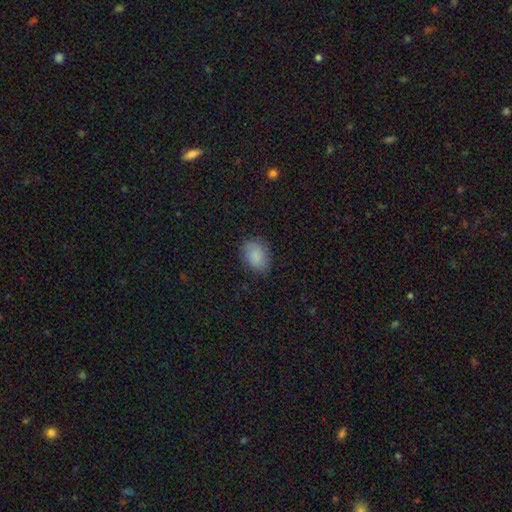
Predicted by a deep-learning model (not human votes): smooth-or-featured: smooth: 84% | featured or disk: 9% | star or artifact: 8%
  how-rounded: in between: 74% | round: 25% | cigar-shaped: 1%
  merging: none: 78% | minor disturbance: 17% | major disturbance: 4% | merger: 1%